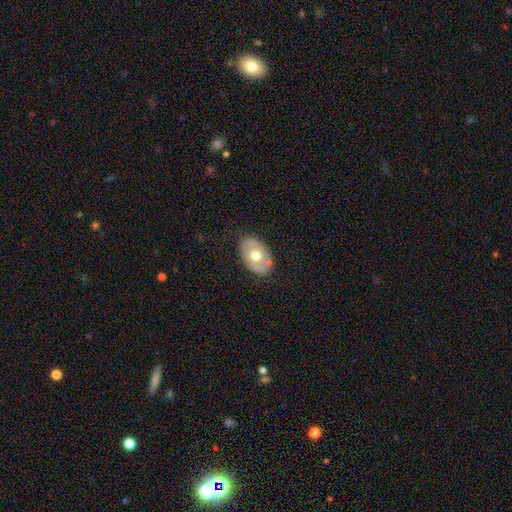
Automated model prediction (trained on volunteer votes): Smooth or featured?
  - smooth: 52% *
  - featured or disk: 42%
  - star or artifact: 6%
How rounded?
  - in between: 81% *
  - round: 18%
  - cigar-shaped: 1%
Merging?
  - none: 78% *
  - minor disturbance: 14%
  - merger: 4%
  - major disturbance: 4%